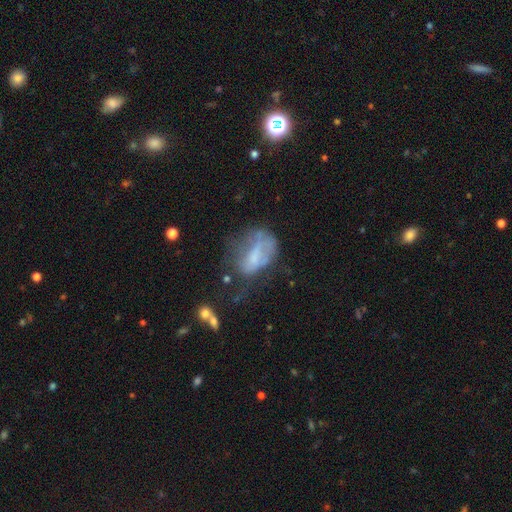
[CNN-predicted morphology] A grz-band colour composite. It shows a smooth galaxy with no disk features (46%). Merging: major disturbance (39%).